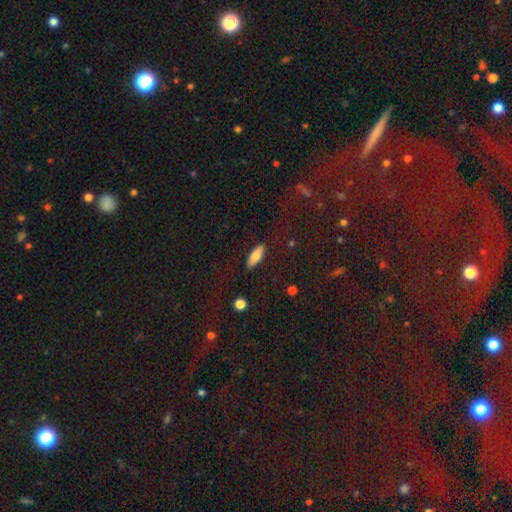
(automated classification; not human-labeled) Overall: smooth (77%). How rounded: in between (66%; cigar-shaped 31%). Merging: none (88%).